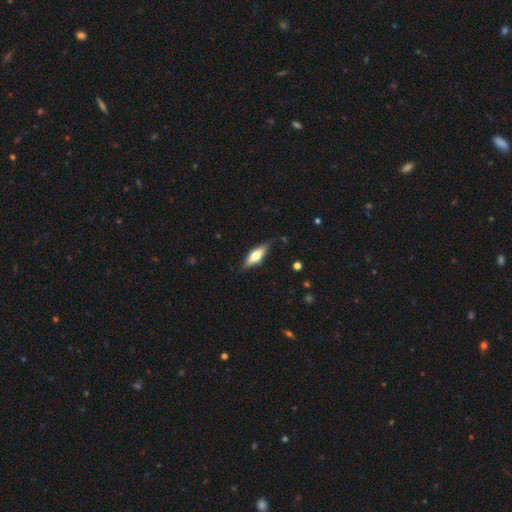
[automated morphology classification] smooth_or_featured: smooth (p=0.52) [alt: featured or disk p=0.42]
how_rounded: in between (p=0.51) [alt: cigar-shaped p=0.46]
merging: none (p=0.82) [alt: minor disturbance p=0.14]